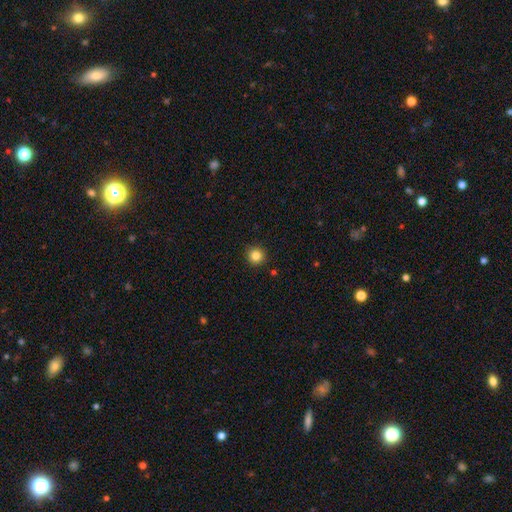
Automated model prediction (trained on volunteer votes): A smooth galaxy with no disk features (84%) that is round (95%). Merging: none (92%).